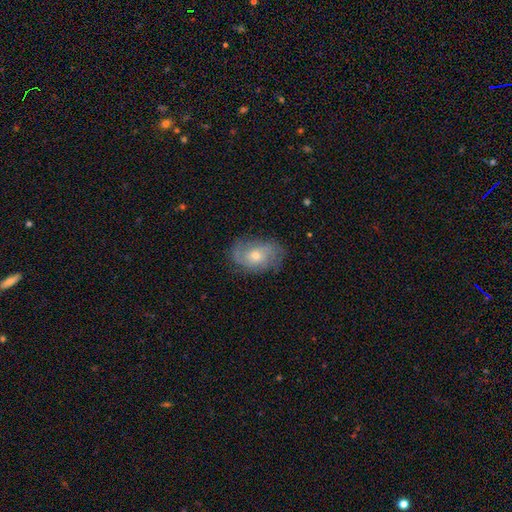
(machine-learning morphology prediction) This is likely a featured or disk galaxy (66%). It is clearly not viewed edge-on (96%). Bar: likely no (75%). Spiral arm pattern: clearly yes (87%). Spiral arm count: possibly 2 (49%). Spiral winding: marginally medium (41%). Central bulge: possibly small (50%). Merging: likely none (71%).